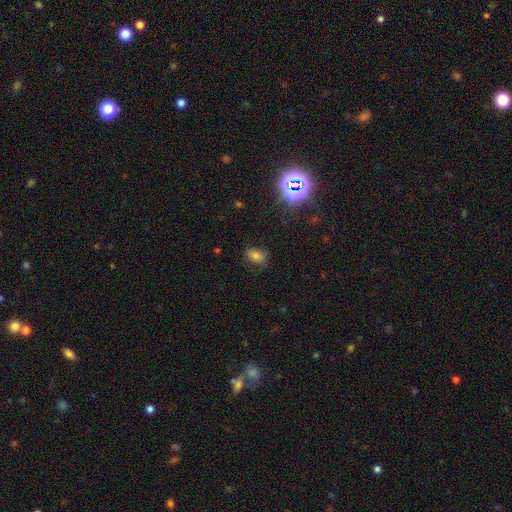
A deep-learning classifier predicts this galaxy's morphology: The model was most divided on "smooth or featured": smooth: 70%, star or artifact: 19%, featured or disk: 10%. More confident: how rounded — in between (78%); merging — none (76%).